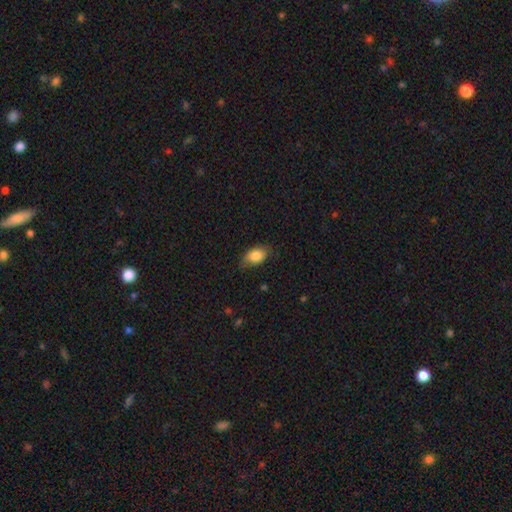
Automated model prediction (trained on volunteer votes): Smooth or featured: smooth — 83% (featured or disk — 9%)
How rounded: in between — 88% (round — 11%)
Merging: none — 70% (minor disturbance — 24%)